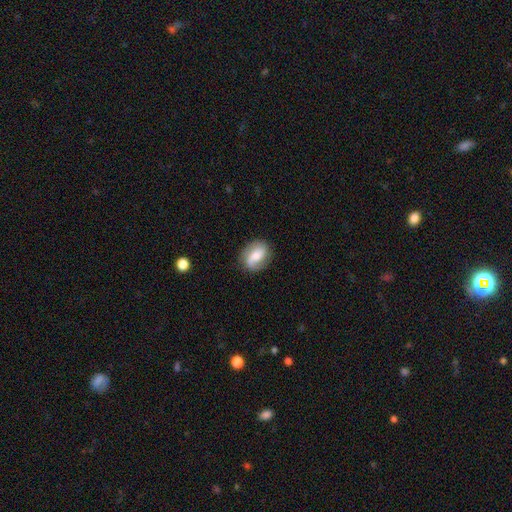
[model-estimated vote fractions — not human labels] smooth-or-featured: featured or disk: 50% | smooth: 43% | star or artifact: 8%
  merging: none: 79% | minor disturbance: 15% | major disturbance: 5% | merger: 1%